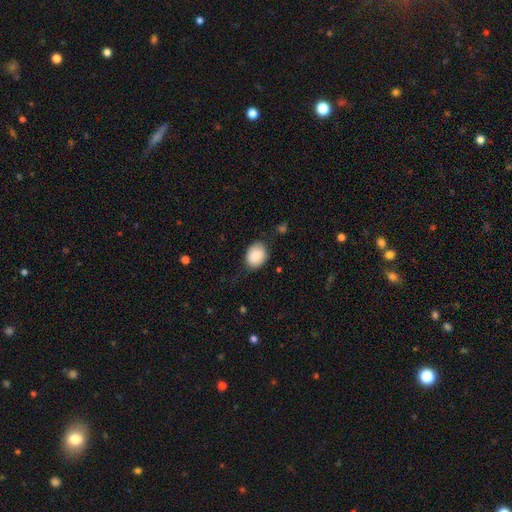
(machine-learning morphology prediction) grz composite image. It shows a smooth galaxy with no disk features (87%) that is in between round and cigar-shaped (62%). Merging: none (71%).